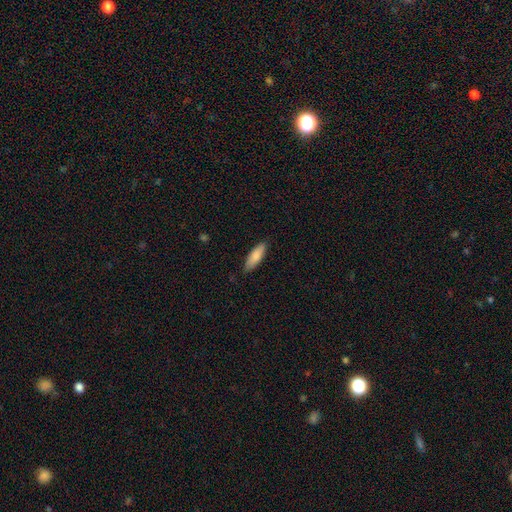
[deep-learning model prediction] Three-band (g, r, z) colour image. It shows a smooth galaxy with no disk features (83%) that is in between round and cigar-shaped (52%). Merging: none (86%).